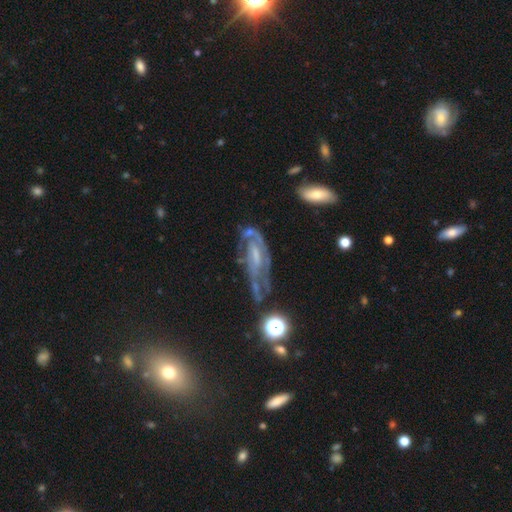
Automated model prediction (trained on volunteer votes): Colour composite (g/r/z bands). It shows a featured or disk galaxy (75%) with a weak bar (40%, tied with no), tight (42%) spiral arms (80%) and a small central bulge (41%). Merging: none (49%).